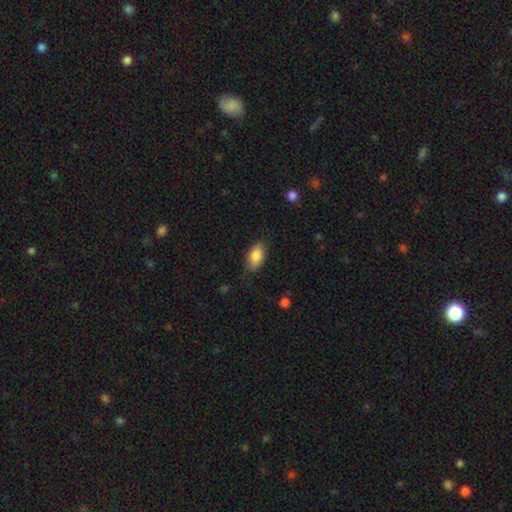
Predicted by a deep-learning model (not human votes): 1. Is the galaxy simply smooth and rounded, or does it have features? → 82% smooth, 11% featured or disk, 7% star or artifact.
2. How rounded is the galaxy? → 92% in between, 5% round, 3% cigar-shaped.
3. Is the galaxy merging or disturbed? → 72% none, 22% minor disturbance, 5% major disturbance, 1% merger.